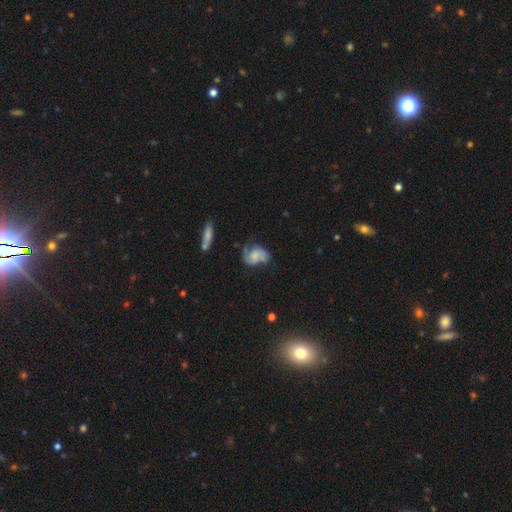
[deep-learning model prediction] Morphology: type=featured or disk (58%); edge-on=no (97%); bar=no (70%); spiral arms=yes (84%); bulge=small (33%); merging=none (44%).